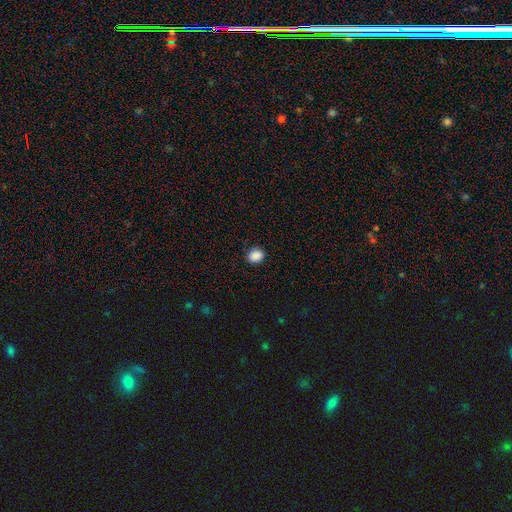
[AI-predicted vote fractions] smooth 89%, star or artifact 9%, featured or disk 3%. Down the decision tree: how rounded — round (57%); merging — none (89%).